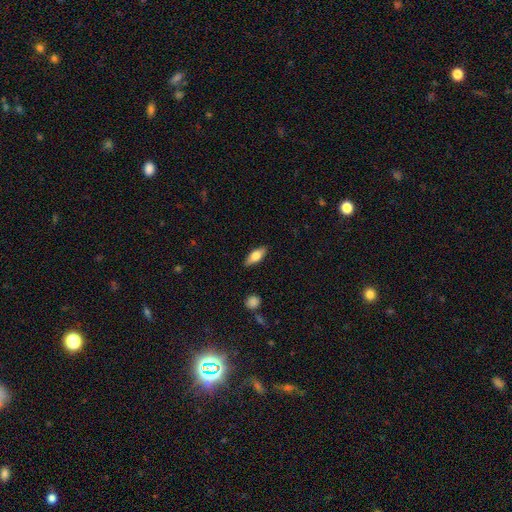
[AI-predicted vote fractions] smooth-or-featured: smooth: 68% | featured or disk: 26% | star or artifact: 6%
  how-rounded: in between: 75% | cigar-shaped: 22% | round: 3%
  merging: none: 87% | minor disturbance: 10% | major disturbance: 2% | merger: 1%